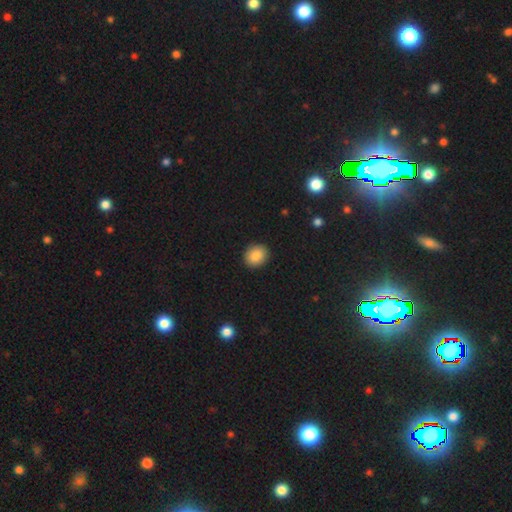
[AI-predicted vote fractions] Overall: smooth (87%). How rounded: round (64%; in between 35%). Merging: none (91%).